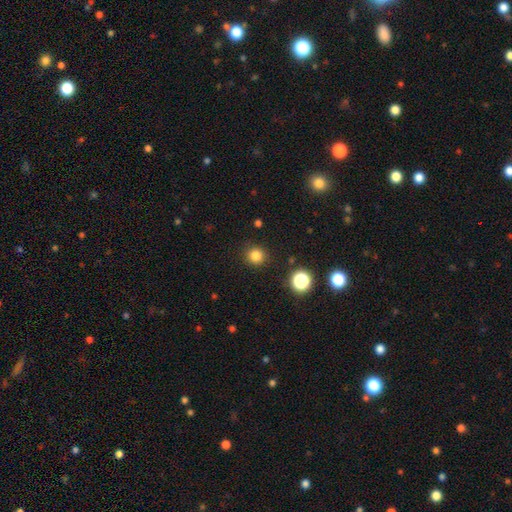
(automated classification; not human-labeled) Overall: smooth (82%). How rounded: round (94%). Merging: none (91%).